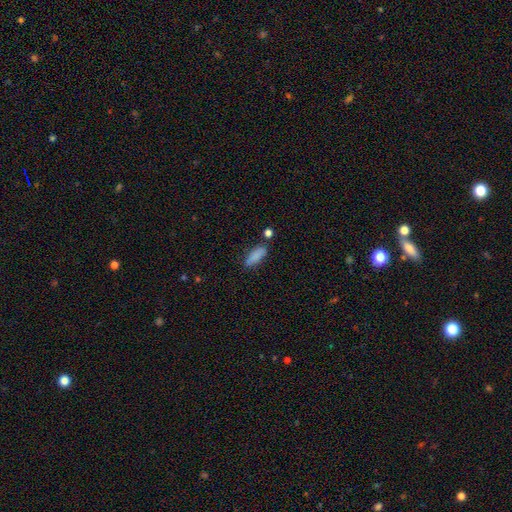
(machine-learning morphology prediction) This is clearly a smooth galaxy (85%). How rounded: likely in between (68%). Merging: likely none (69%).